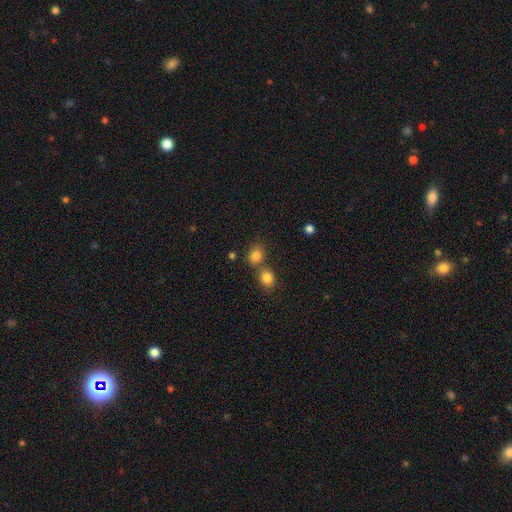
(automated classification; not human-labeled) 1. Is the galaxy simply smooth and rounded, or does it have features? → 83% smooth, 12% star or artifact, 5% featured or disk.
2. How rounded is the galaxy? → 62% round, 37% in between, 1% cigar-shaped.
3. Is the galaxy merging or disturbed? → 54% none, 33% merger, 9% minor disturbance, 4% major disturbance.